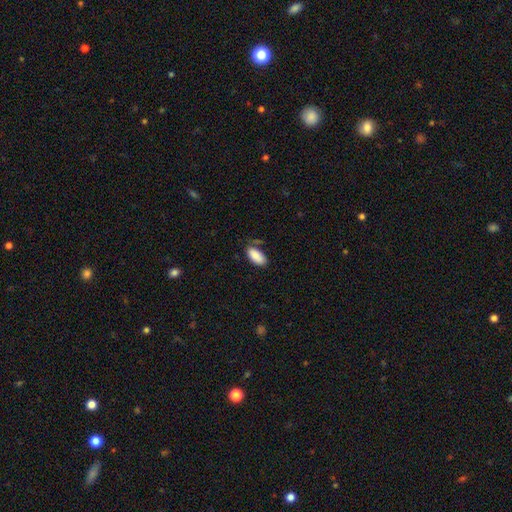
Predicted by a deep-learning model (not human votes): Smooth or featured? Predicted: smooth (p=0.88). How rounded? Predicted: in between (p=0.92). Merging? Predicted: none (p=0.68).